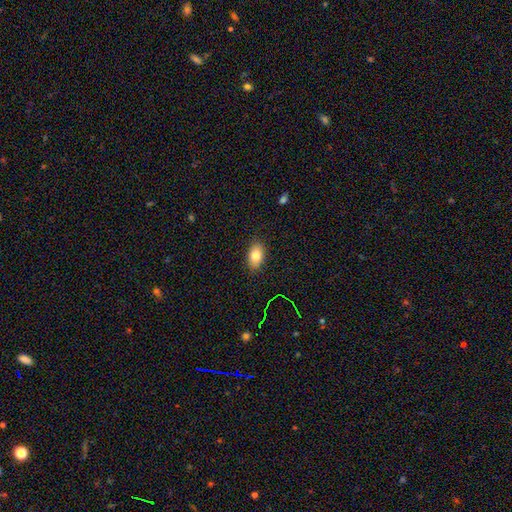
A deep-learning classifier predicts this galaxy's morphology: Overall: smooth (79%). How rounded: in between (88%). Merging: none (87%).